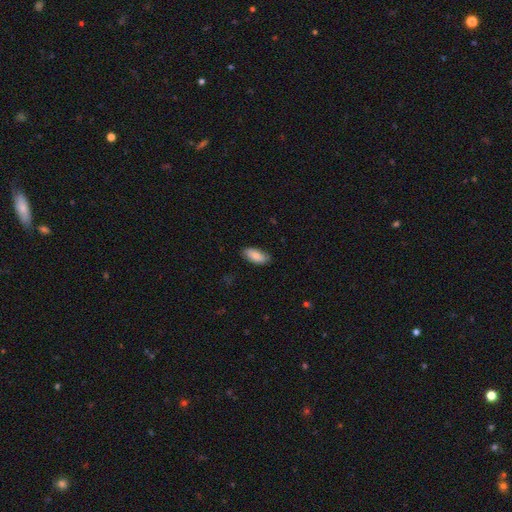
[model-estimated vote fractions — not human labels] Smooth or featured: smooth — 81% (featured or disk — 13%)
How rounded: in between — 91% (cigar-shaped — 7%)
Merging: none — 82% (minor disturbance — 15%)